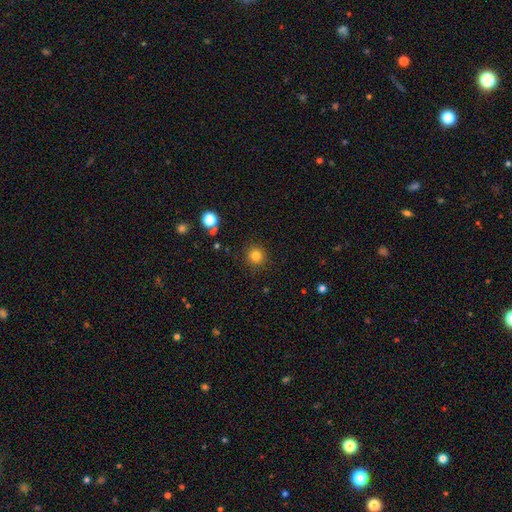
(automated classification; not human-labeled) smooth 82%, star or artifact 13%, featured or disk 5%. Down the decision tree: how rounded — round (94%); merging — none (89%).